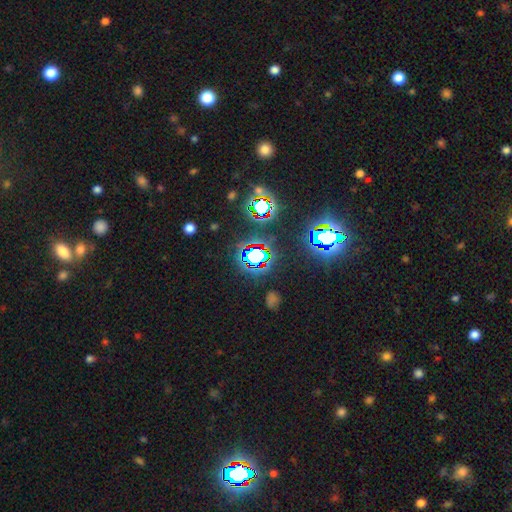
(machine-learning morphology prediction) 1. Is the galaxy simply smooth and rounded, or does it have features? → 68% star or artifact, 19% smooth, 12% featured or disk.